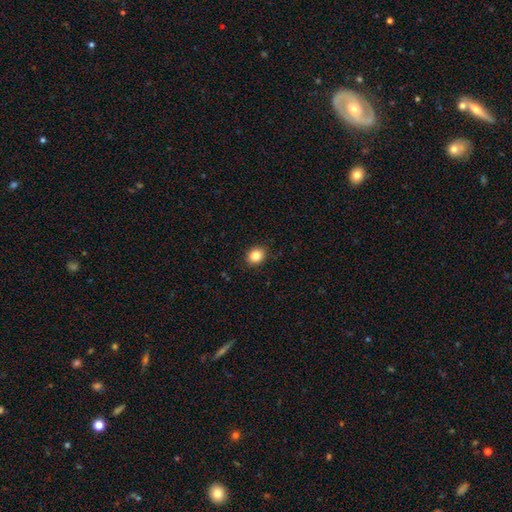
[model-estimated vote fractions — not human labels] Smooth or featured?
  - smooth: 85% *
  - star or artifact: 10%
  - featured or disk: 5%
How rounded?
  - round: 58% *
  - in between: 41%
  - cigar-shaped: 1%
Merging?
  - none: 90% *
  - minor disturbance: 7%
  - major disturbance: 2%
  - merger: 1%